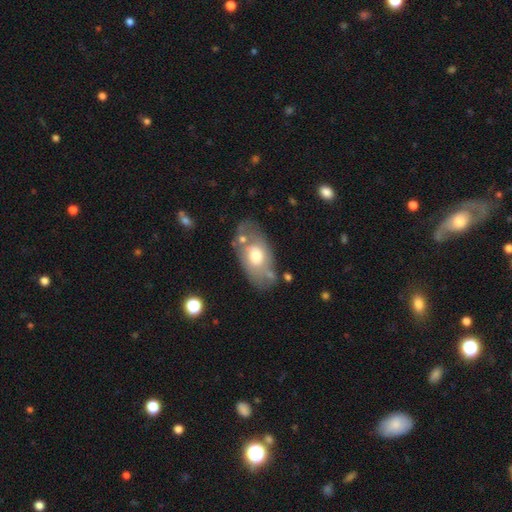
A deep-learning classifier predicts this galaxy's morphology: type=smooth (53%); roundness=in between (90%); merging=none (57%).